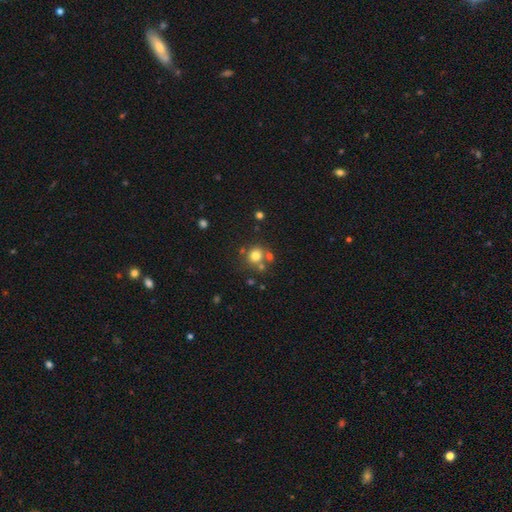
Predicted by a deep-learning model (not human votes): smooth-or-featured: smooth: 75% | star or artifact: 14% | featured or disk: 11%
  how-rounded: round: 85% | in between: 14% | cigar-shaped: 1%
  merging: none: 64% | merger: 21% | minor disturbance: 10% | major disturbance: 5%